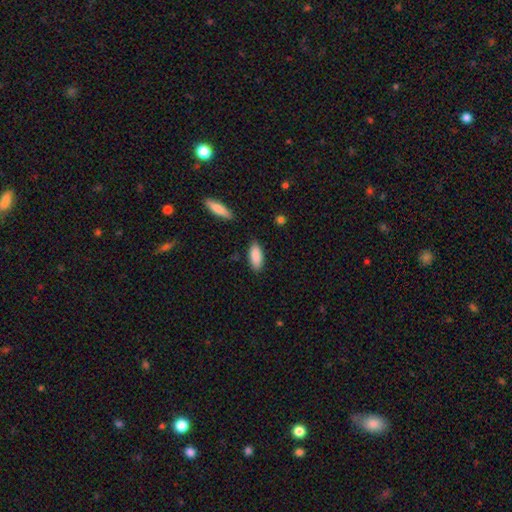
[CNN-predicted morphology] The model was most divided on "how rounded": in between: 79%, cigar-shaped: 19%, round: 2%. More confident: smooth or featured — smooth (88%); merging — none (84%).